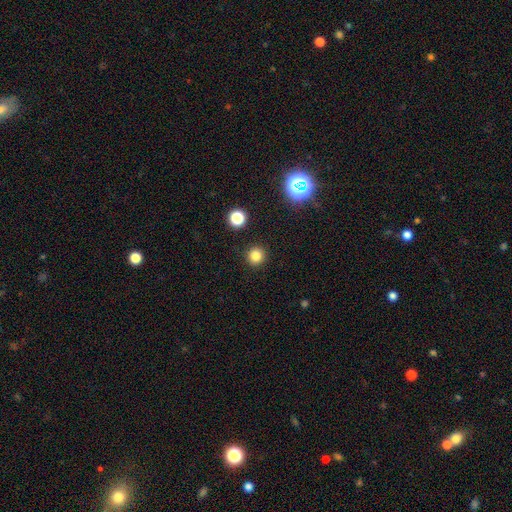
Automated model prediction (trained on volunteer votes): Smooth or featured: smooth — 81% (star or artifact — 15%)
How rounded: round — 95% (in between — 4%)
Merging: none — 91% (minor disturbance — 5%)